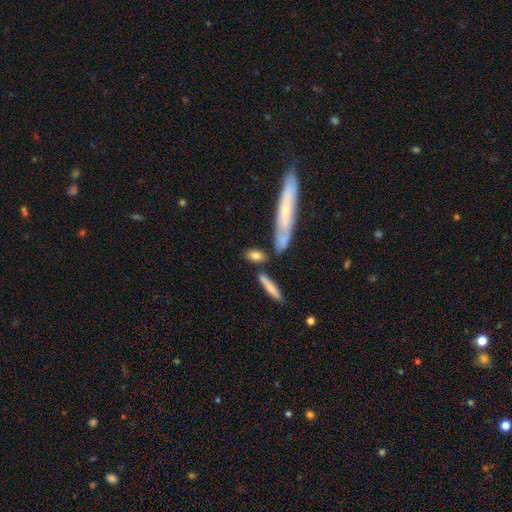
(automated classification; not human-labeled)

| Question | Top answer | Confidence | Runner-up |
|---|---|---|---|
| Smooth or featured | smooth | 75% | featured or disk (18%) |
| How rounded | in between | 55% | cigar-shaped (40%) |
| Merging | none | 66% | merger (15%) |